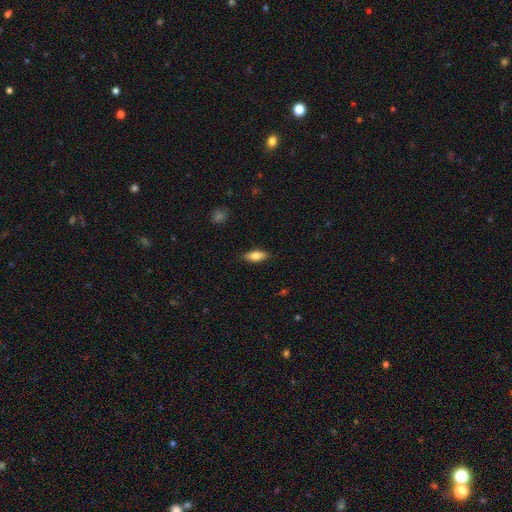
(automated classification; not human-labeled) A smooth galaxy with no disk features (79%) that is in between round and cigar-shaped (75%). Merging: none (87%).